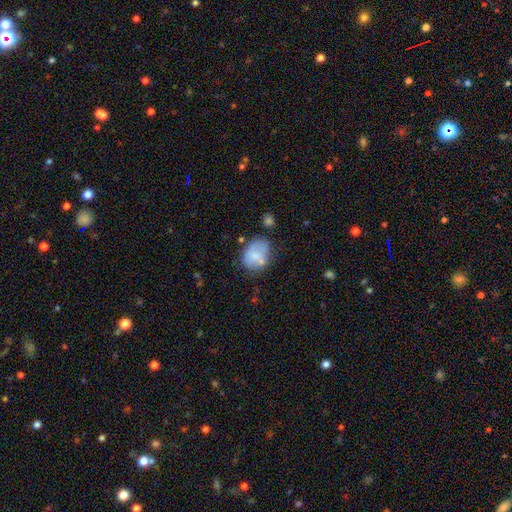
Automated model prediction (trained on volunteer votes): Smooth or featured? smooth (65%)
How rounded? in between (55%)
Merging? none (47%)